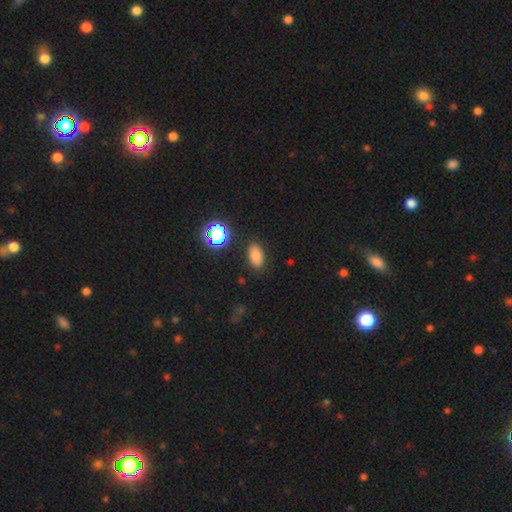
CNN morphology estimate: Smooth or featured?
  - smooth: 76% *
  - star or artifact: 17%
  - featured or disk: 7%
How rounded?
  - in between: 89% *
  - round: 9%
  - cigar-shaped: 2%
Merging?
  - none: 85% *
  - minor disturbance: 10%
  - major disturbance: 3%
  - merger: 2%